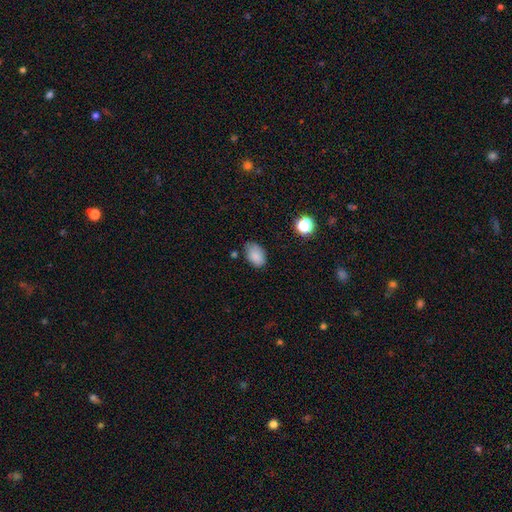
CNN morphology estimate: type=smooth (85%); roundness=in between (85%); merging=none (69%).